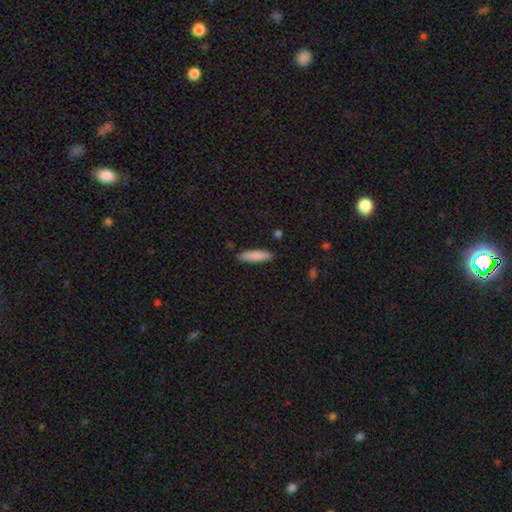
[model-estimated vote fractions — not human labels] This appears to be a smooth galaxy with no disk features (84%) that is cigar-shaped (75%). Merging: none (86%).